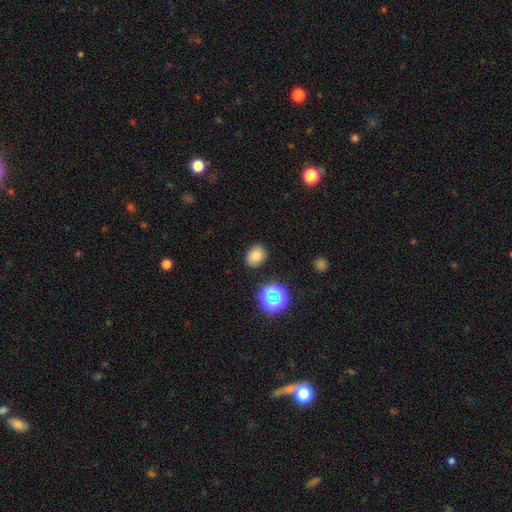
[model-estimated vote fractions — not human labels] This appears to be a smooth galaxy with no disk features (78%) that is in between round and cigar-shaped (64%). Merging: none (84%).